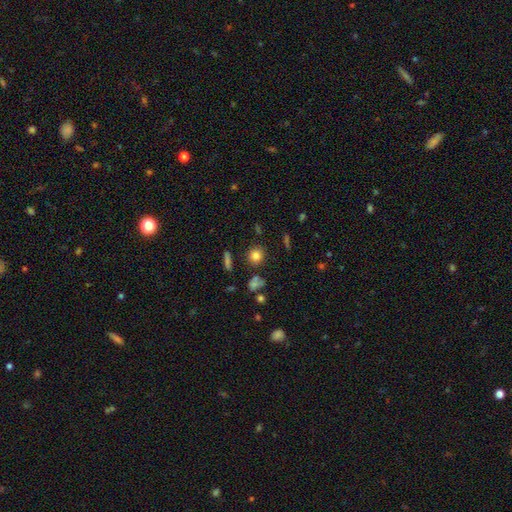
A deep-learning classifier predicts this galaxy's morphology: Overall: smooth (80%). How rounded: round (84%). Merging: none (83%).